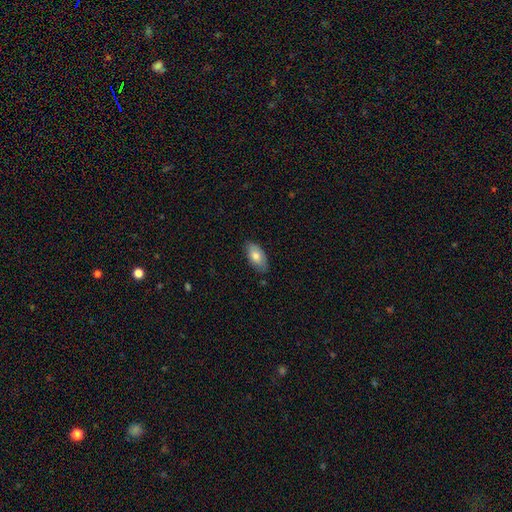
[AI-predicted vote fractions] The model was most divided on "smooth or featured": smooth: 76%, featured or disk: 18%, star or artifact: 6%. More confident: how rounded — in between (94%); merging — none (80%).